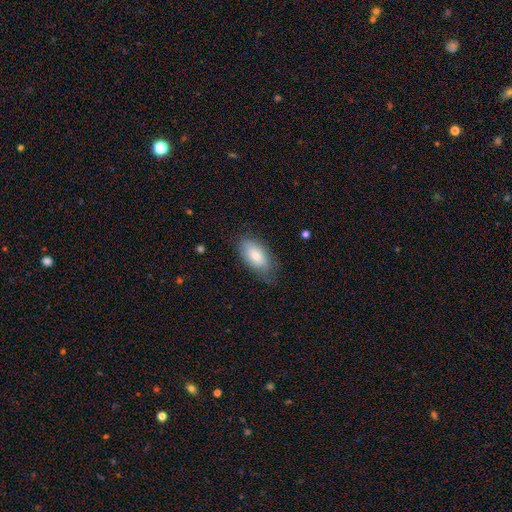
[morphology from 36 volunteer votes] A smooth galaxy with no disk features (89%) that is in between round and cigar-shaped (91%). Merging: none (74%).